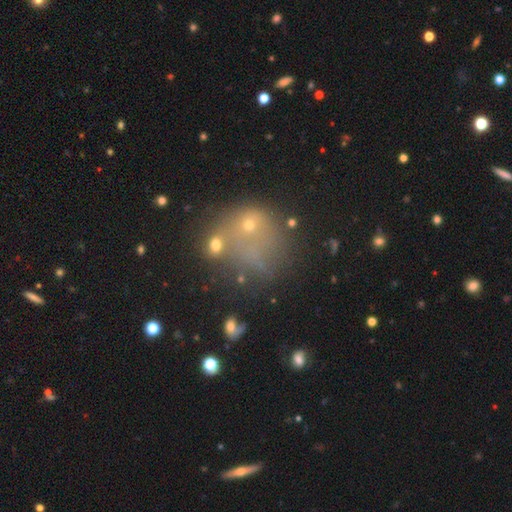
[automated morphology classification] Smooth or featured? Predicted: smooth (p=0.43). Merging? Predicted: none (p=0.38).